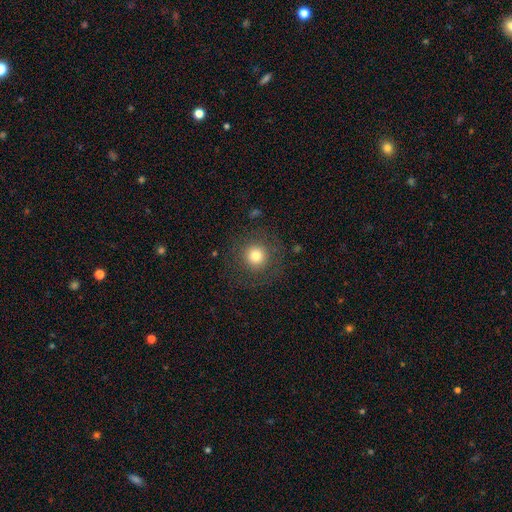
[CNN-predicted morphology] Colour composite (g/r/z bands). It shows a smooth galaxy with no disk features (76%) that is round (94%). Merging: none (83%).